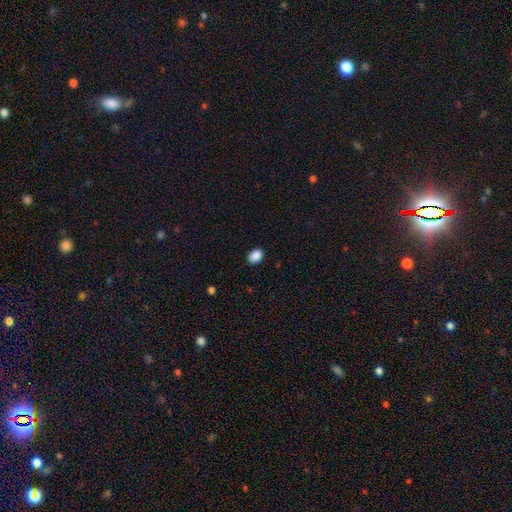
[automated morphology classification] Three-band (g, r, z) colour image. It shows a smooth galaxy with no disk features (89%) that is in between round and cigar-shaped (69%). Merging: none (88%).